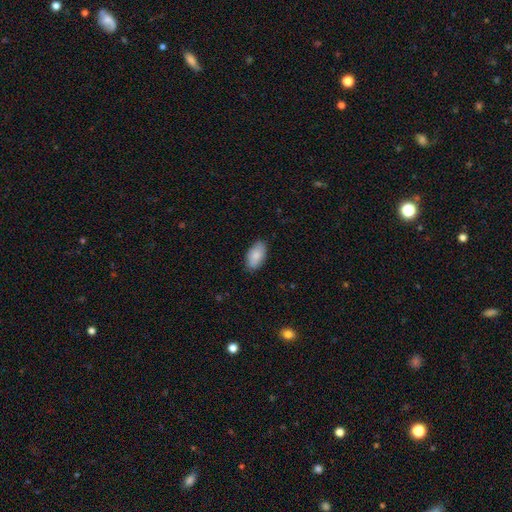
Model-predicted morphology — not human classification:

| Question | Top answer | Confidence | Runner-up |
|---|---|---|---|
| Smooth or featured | smooth | 83% | featured or disk (10%) |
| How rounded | in between | 94% | round (3%) |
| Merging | none | 83% | minor disturbance (13%) |